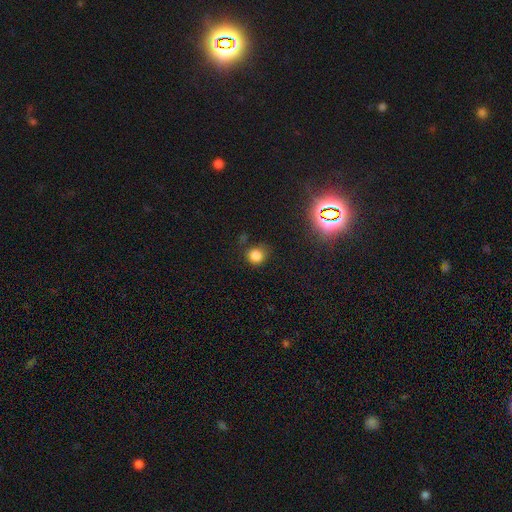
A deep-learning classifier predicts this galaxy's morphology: Smooth or featured?
  - smooth: 80% *
  - star or artifact: 14%
  - featured or disk: 5%
How rounded?
  - round: 81% *
  - in between: 18%
  - cigar-shaped: 1%
Merging?
  - none: 68% *
  - minor disturbance: 21%
  - major disturbance: 7%
  - merger: 4%